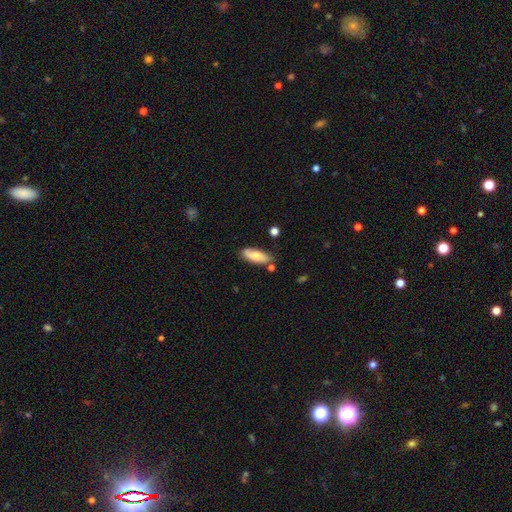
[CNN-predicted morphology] smooth_or_featured: smooth (p=0.71) [alt: featured or disk p=0.22]
how_rounded: in between (p=0.73) [alt: cigar-shaped p=0.24]
merging: none (p=0.74) [alt: minor disturbance p=0.17]